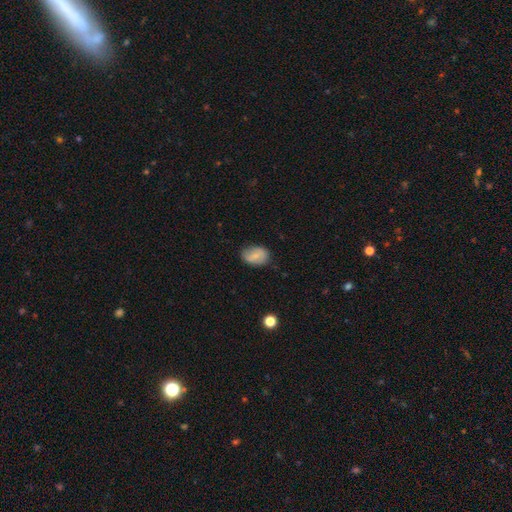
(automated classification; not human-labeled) Smooth or featured? smooth (65%)
How rounded? in between (78%)
Merging? none (69%)